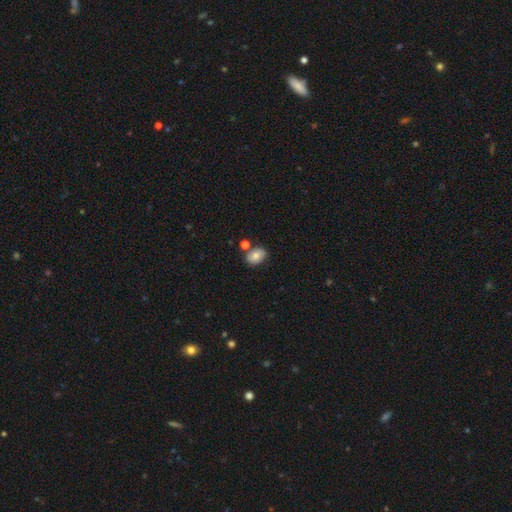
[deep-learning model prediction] smooth_or_featured: smooth (p=0.77) [alt: featured or disk p=0.15]
how_rounded: in between (p=0.72) [alt: round p=0.27]
merging: none (p=0.70) [alt: minor disturbance p=0.14]